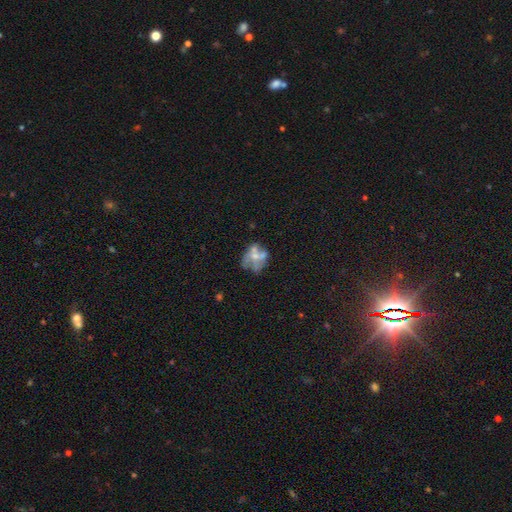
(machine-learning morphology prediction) This appears to be a featured or disk galaxy (57%) with no bar (88%), no spiral arms (84%) and a small central bulge (39%). Merging: none (39%).